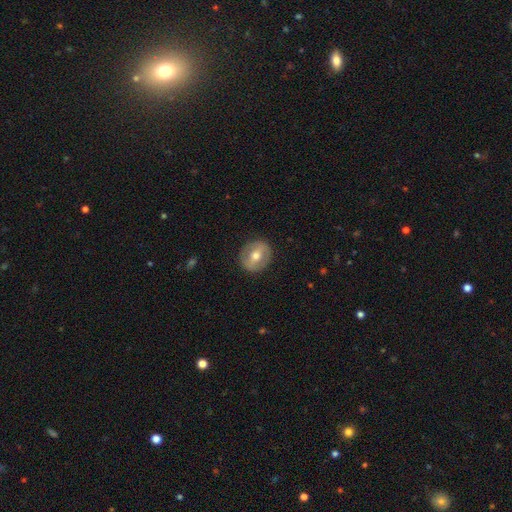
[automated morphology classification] Q: Smooth or featured?
A: featured or disk (47%); runner-up: smooth (46%)
Q: Merging?
A: none (87%); runner-up: minor disturbance (9%)